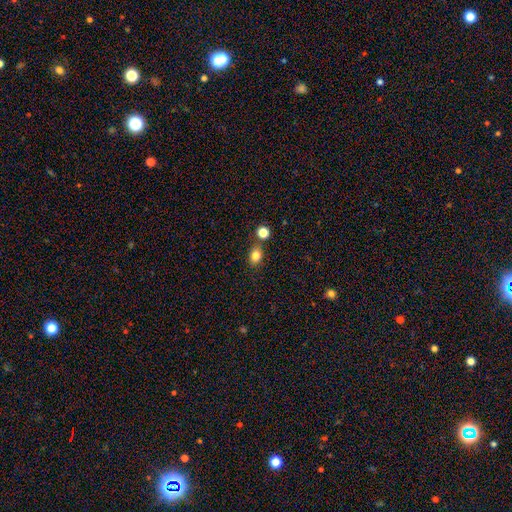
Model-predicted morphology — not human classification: type=smooth (81%); roundness=in between (60%); merging=none (73%).